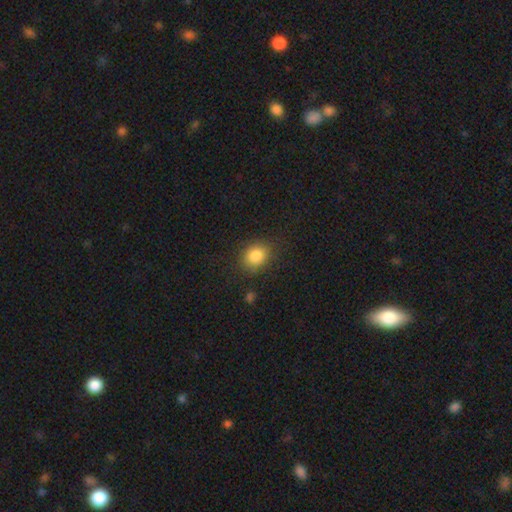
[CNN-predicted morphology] Smooth or featured: smooth — 85% (star or artifact — 10%)
How rounded: round — 52% (in between — 46%)
Merging: none — 82% (minor disturbance — 13%)